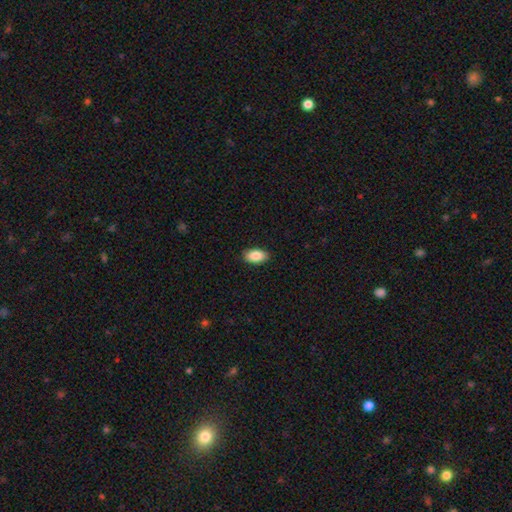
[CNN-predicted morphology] A smooth galaxy with no disk features (88%) that is in between round and cigar-shaped (94%). Merging: none (89%).